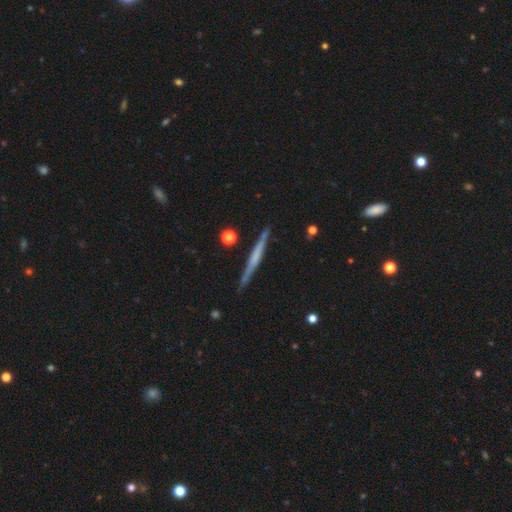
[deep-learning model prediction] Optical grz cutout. It shows a featured or disk galaxy (61%) viewed edge-on (98%) with no central bulge (66%). Merging: none (88%).